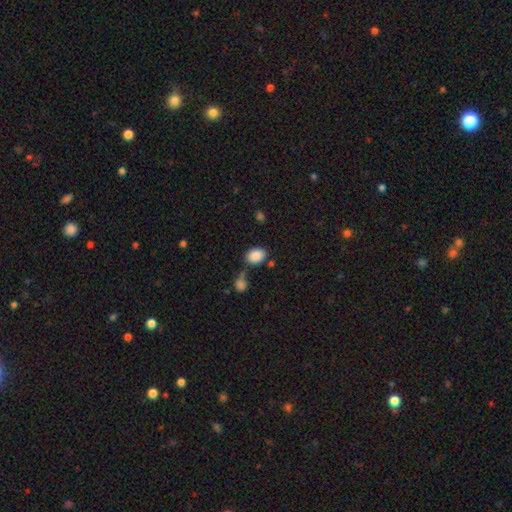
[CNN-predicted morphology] Smooth or featured? Predicted: smooth (p=0.88). How rounded? Predicted: in between (p=0.72). Merging? Predicted: none (p=0.71).